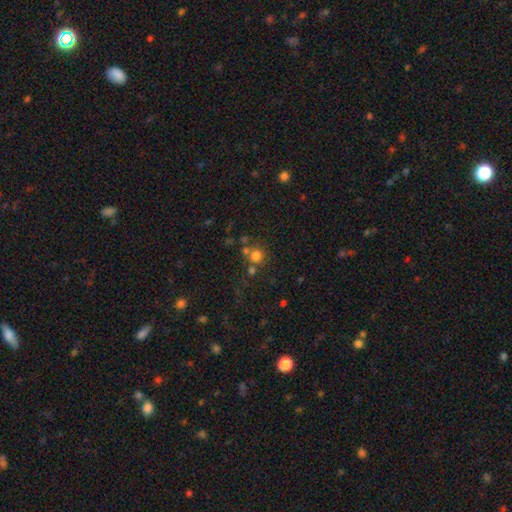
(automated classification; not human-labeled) Smooth or featured: smooth — 72% (star or artifact — 18%)
How rounded: round — 89% (in between — 10%)
Merging: none — 60% (merger — 26%)